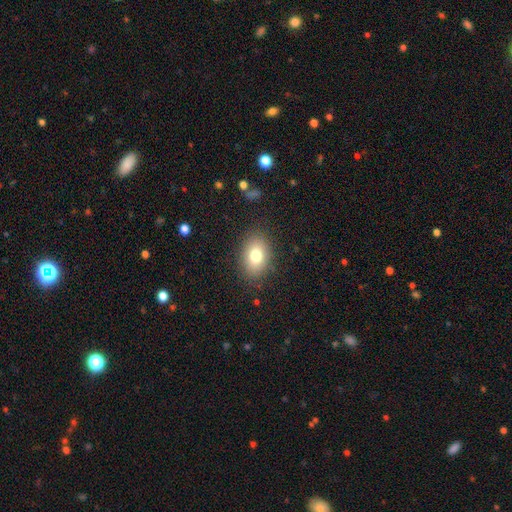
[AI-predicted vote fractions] Smooth or featured? smooth (78%)
How rounded? in between (78%)
Merging? none (85%)